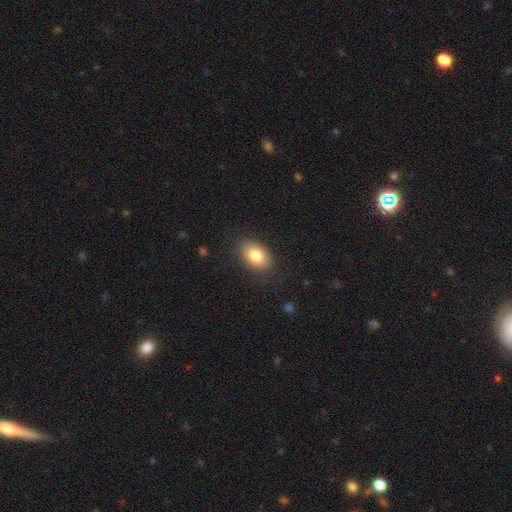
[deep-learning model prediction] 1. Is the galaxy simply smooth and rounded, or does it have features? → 81% smooth, 11% featured or disk, 8% star or artifact.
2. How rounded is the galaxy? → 85% in between, 14% round, 1% cigar-shaped.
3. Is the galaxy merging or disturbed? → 84% none, 12% minor disturbance, 3% major disturbance, 1% merger.